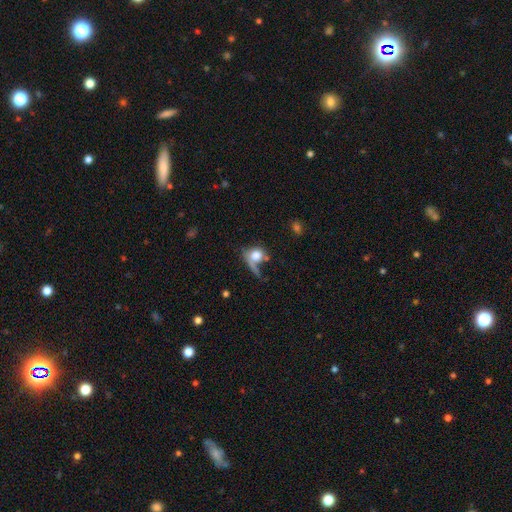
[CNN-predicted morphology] Smooth or featured? Predicted: smooth (p=0.68). How rounded? Predicted: round (p=0.64). Merging? Predicted: none (p=0.33).